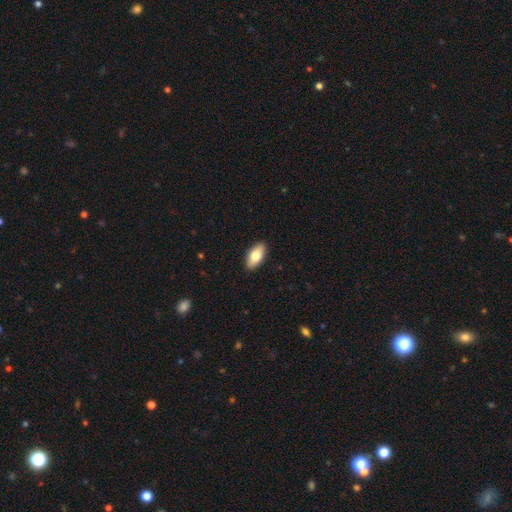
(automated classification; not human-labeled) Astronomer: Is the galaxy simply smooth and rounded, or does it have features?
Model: smooth — 77%.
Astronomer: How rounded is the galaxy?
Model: in between — 91%.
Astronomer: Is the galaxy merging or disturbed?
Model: none — 90%.